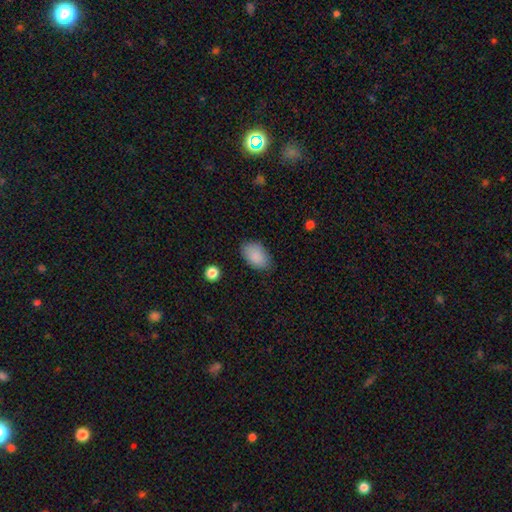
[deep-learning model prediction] Q: Smooth or featured?
A: smooth (89%); runner-up: star or artifact (7%)
Q: How rounded?
A: in between (92%); runner-up: round (7%)
Q: Merging?
A: none (83%); runner-up: minor disturbance (13%)